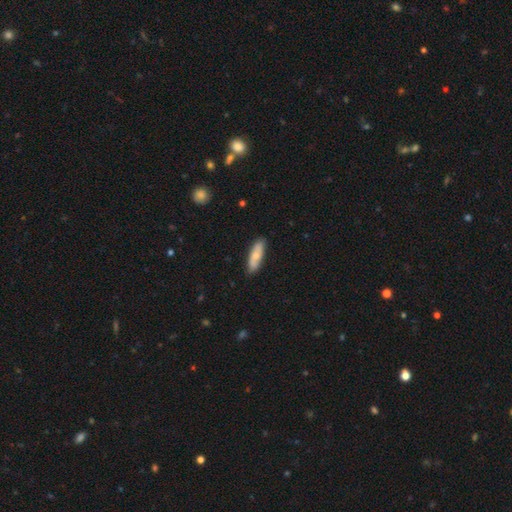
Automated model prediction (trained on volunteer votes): Smooth or featured? smooth (67%)
How rounded? cigar-shaped (51%)
Merging? none (83%)